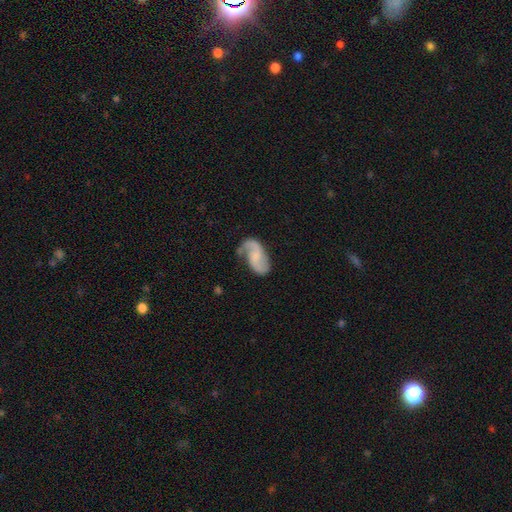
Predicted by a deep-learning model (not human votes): featured or disk 79%, smooth 16%, star or artifact 6%. Down the decision tree: edge-on disk — no (98%); bar — no (53%); spiral arms — yes (95%); spiral arm count — 2 (84%); spiral winding — loose (55%); bulge size — none (53%); merging — none (60%).